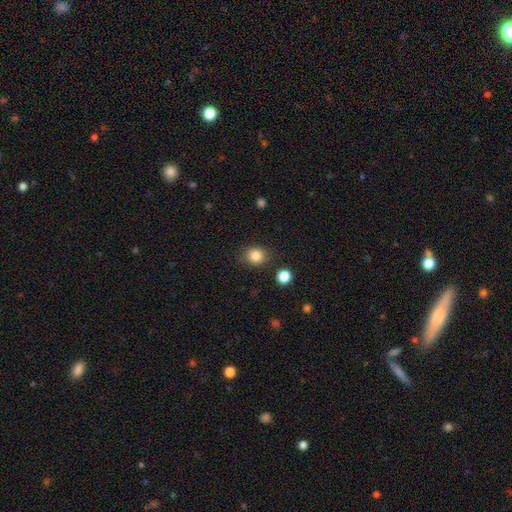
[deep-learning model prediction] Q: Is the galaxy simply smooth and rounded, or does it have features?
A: smooth — 85%.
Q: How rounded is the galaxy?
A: round — 77%.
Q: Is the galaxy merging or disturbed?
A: none — 84%.